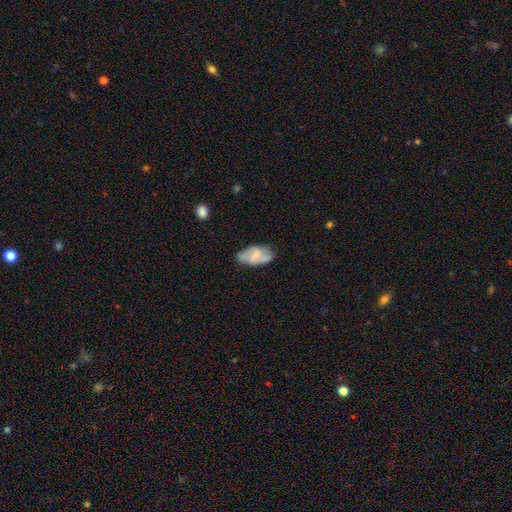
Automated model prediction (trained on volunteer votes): Smooth or featured? featured or disk (50%)
Edge-on disk? no (94%)
Merging? none (59%)